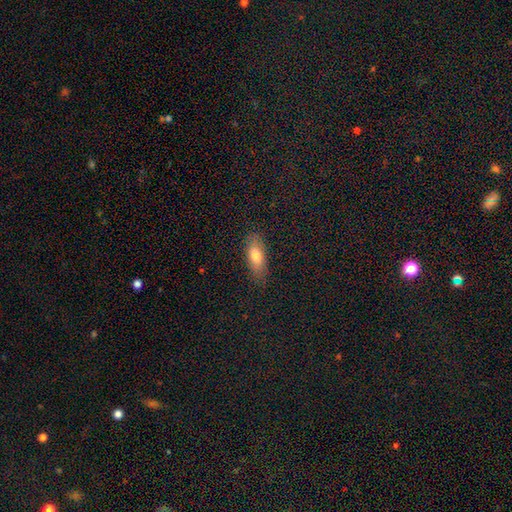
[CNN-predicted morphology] This is likely a smooth galaxy (77%). How rounded: likely in between (75%). Merging: clearly none (83%).